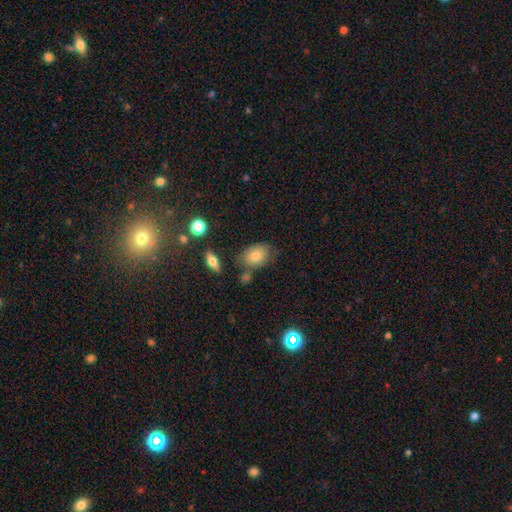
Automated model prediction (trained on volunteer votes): Overall: smooth (78%). How rounded: in between (83%). Merging: none (67%).